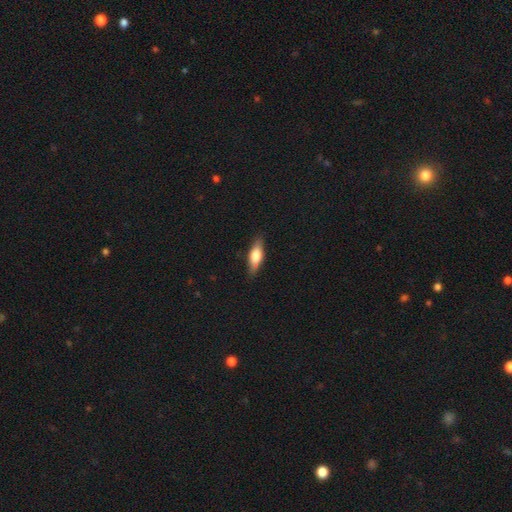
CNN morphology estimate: smooth_or_featured: smooth (p=0.61) [alt: featured or disk p=0.33]
how_rounded: in between (p=0.55) [alt: cigar-shaped p=0.42]
merging: none (p=0.84) [alt: minor disturbance p=0.12]